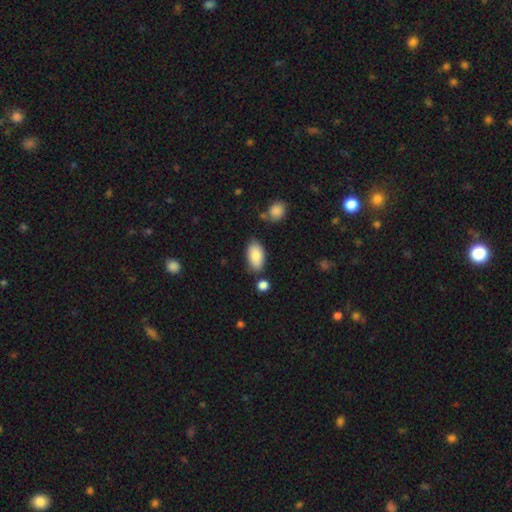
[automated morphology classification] A smooth galaxy with no disk features (86%) that is in between round and cigar-shaped (94%). Merging: none (75%).